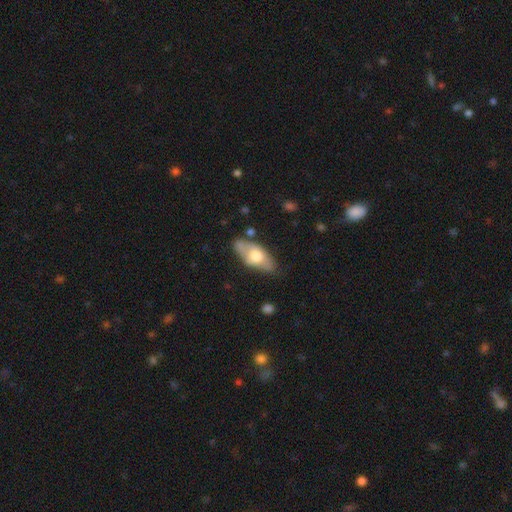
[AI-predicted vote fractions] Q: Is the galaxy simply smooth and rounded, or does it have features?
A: smooth — 55%.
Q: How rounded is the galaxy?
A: in between — 84%.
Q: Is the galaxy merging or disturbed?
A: none — 69%.